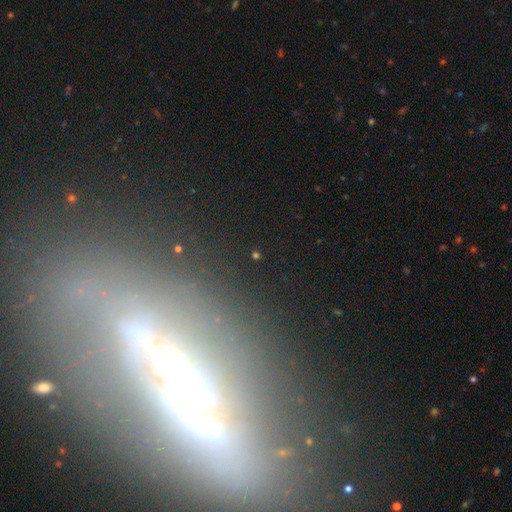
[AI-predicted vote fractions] Overall: star or artifact (58%; smooth 26%).